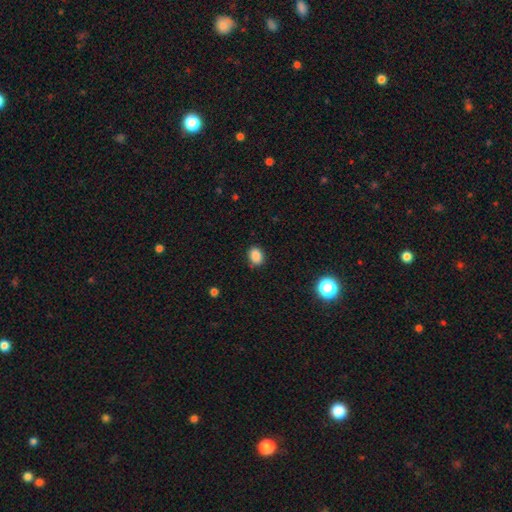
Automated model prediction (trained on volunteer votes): This is clearly a smooth galaxy (86%). How rounded: possibly in between (57%). Merging: clearly none (85%).